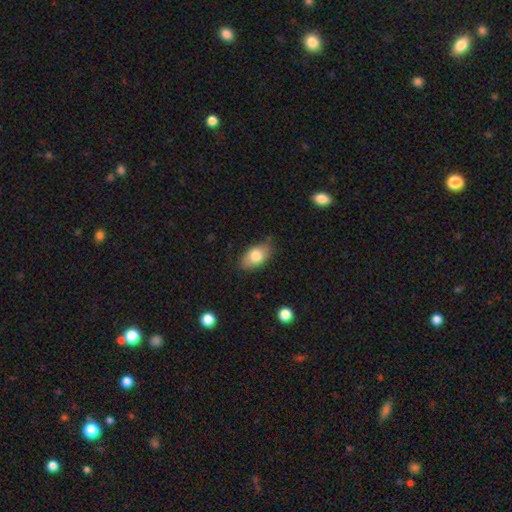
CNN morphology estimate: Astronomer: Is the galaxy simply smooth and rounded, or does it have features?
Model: smooth — 79%.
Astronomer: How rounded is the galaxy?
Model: in between — 92%.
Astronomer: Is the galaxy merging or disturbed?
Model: none — 80%.